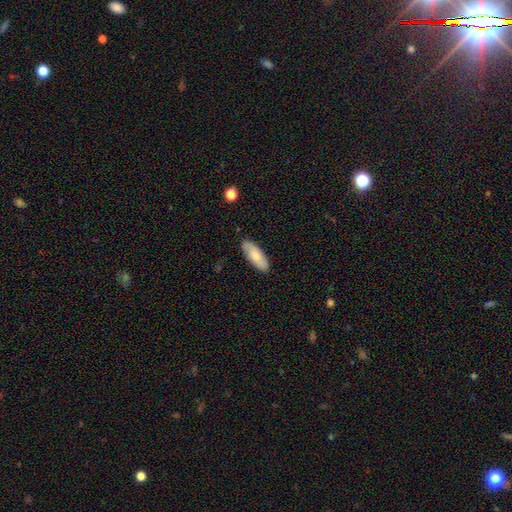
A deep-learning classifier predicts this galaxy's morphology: The model was most divided on "smooth or featured": smooth: 65%, featured or disk: 29%, star or artifact: 6%. More confident: merging — none (83%); how rounded — in between (75%).